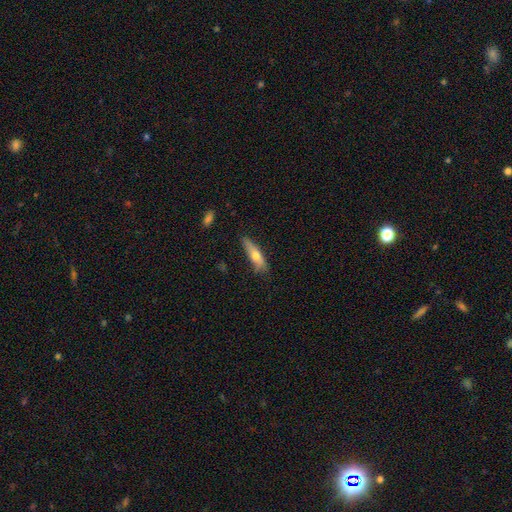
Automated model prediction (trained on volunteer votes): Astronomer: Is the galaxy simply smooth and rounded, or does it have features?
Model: smooth — 59% (runner-up: featured or disk, 35%).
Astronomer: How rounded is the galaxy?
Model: cigar-shaped — 66%.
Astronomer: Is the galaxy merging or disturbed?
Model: none — 74%.